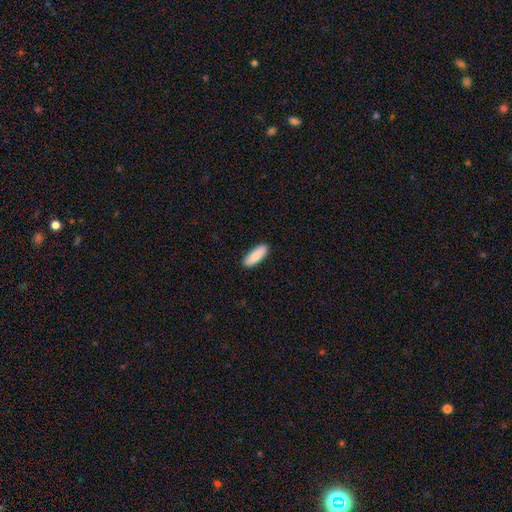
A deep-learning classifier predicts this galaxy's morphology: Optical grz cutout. It shows a smooth galaxy with no disk features (86%) that is in between round and cigar-shaped (68%). Merging: none (90%).